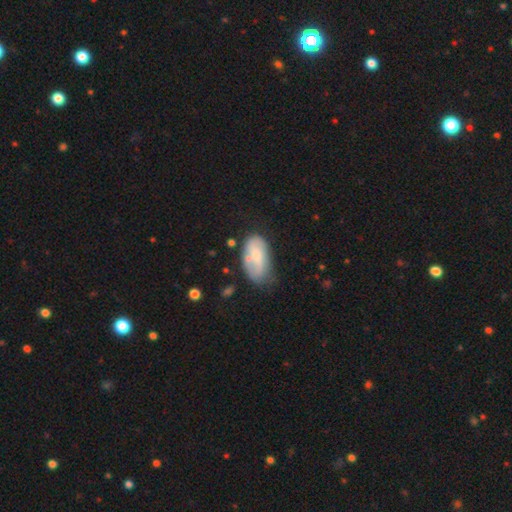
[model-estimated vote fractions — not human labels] Overall: smooth (56%; featured or disk 37%). How rounded: in between (93%). Merging: none (46%; minor disturbance 31%).